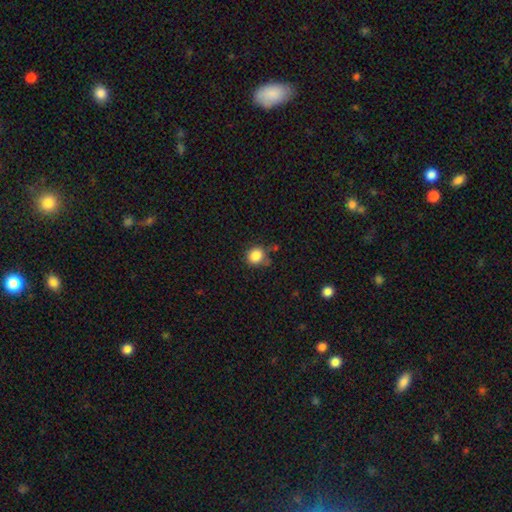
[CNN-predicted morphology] Smooth or featured: smooth — 86% (star or artifact — 10%)
How rounded: round — 80% (in between — 19%)
Merging: none — 70% (minor disturbance — 19%)